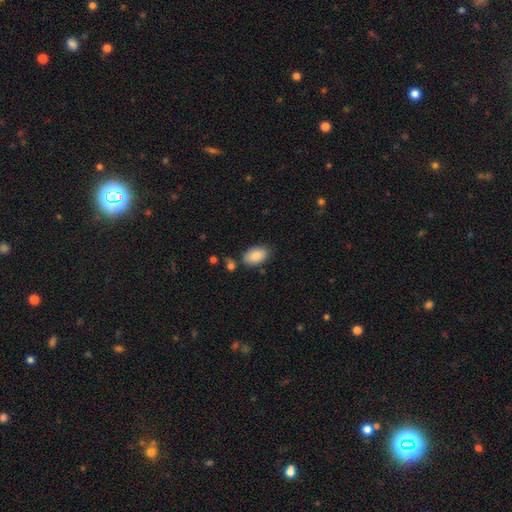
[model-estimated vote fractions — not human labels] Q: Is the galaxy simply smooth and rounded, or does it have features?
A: smooth — 88%.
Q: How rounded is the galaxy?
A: in between — 93%.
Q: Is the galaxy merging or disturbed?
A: none — 76%.